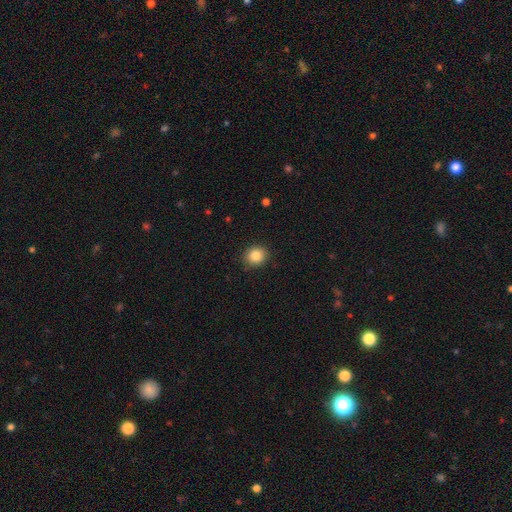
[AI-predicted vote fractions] Smooth or featured: smooth — 84% (star or artifact — 10%)
How rounded: round — 74% (in between — 25%)
Merging: none — 89% (minor disturbance — 8%)